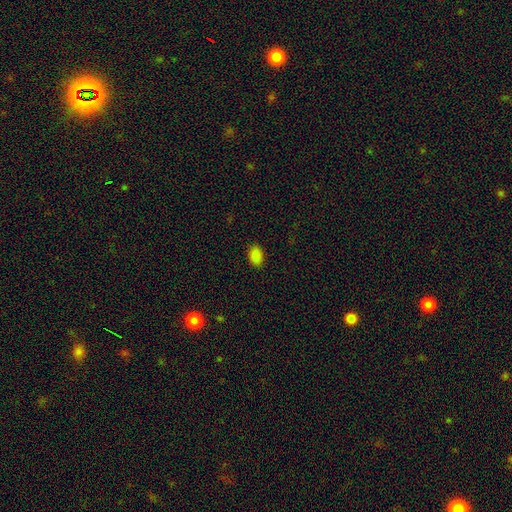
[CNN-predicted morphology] Smooth or featured? Predicted: smooth (p=0.86). How rounded? Predicted: in between (p=0.86). Merging? Predicted: none (p=0.88).